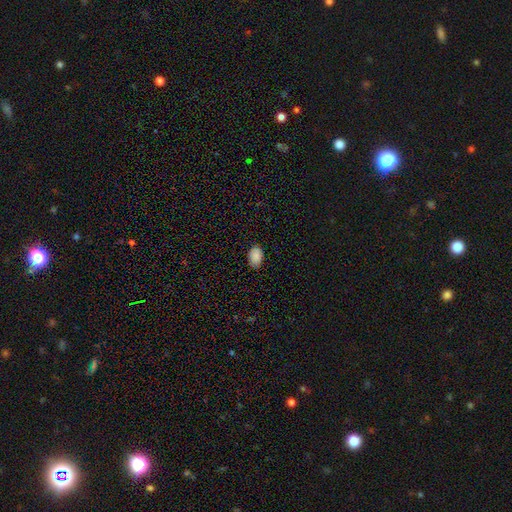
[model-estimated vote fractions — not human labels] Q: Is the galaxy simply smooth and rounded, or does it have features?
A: smooth — 89%.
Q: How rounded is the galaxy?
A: in between — 88%.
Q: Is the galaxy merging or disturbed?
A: none — 83%.